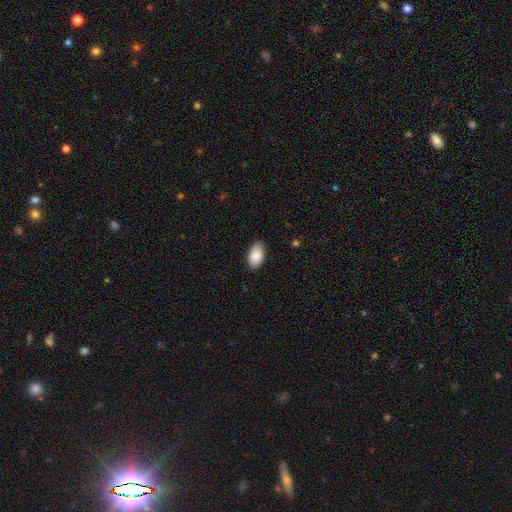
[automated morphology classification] smooth-or-featured: smooth: 89% | star or artifact: 6% | featured or disk: 5%
  how-rounded: in between: 94% | round: 4% | cigar-shaped: 1%
  merging: none: 82% | minor disturbance: 15% | major disturbance: 2% | merger: 1%